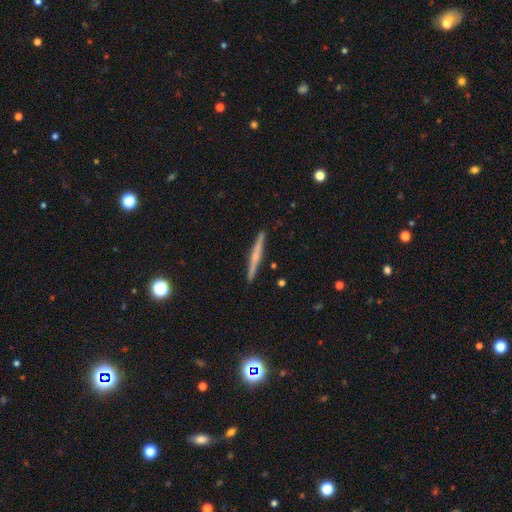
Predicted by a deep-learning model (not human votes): Smooth or featured?
  - featured or disk: 66% *
  - smooth: 28%
  - star or artifact: 6%
Edge-on disk?
  - yes: 98% *
  - no: 2%
Edge-on bulge?
  - rounded: 62% *
  - none: 30%
  - boxy: 8%
Merging?
  - none: 92% *
  - minor disturbance: 6%
  - merger: 1%
  - major disturbance: 1%